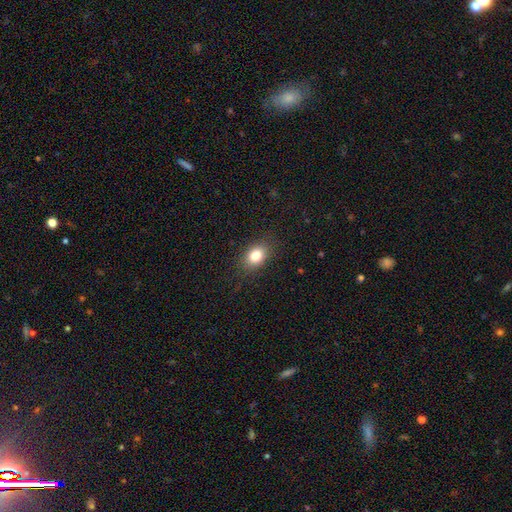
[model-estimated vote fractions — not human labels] Smooth or featured: smooth — 81% (star or artifact — 10%)
How rounded: in between — 75% (round — 24%)
Merging: none — 86% (minor disturbance — 10%)